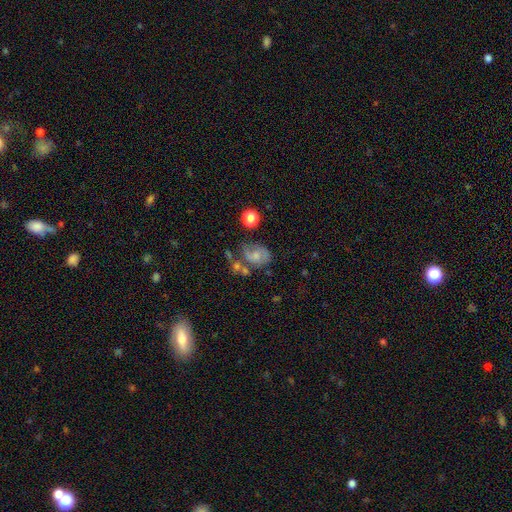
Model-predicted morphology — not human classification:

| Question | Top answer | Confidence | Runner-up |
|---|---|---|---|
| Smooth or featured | smooth | 46% | featured or disk (43%) |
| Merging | none | 39% | minor disturbance (25%) |